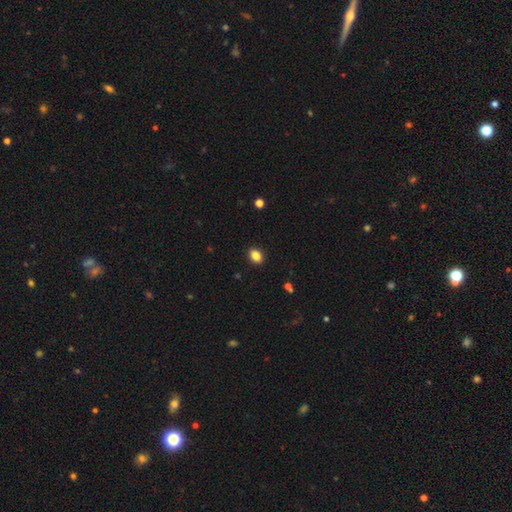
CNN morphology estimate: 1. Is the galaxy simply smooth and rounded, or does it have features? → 85% smooth, 10% star or artifact, 5% featured or disk.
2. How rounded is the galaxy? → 73% in between, 25% round, 1% cigar-shaped.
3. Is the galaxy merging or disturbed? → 90% none, 7% minor disturbance, 2% major disturbance, 1% merger.